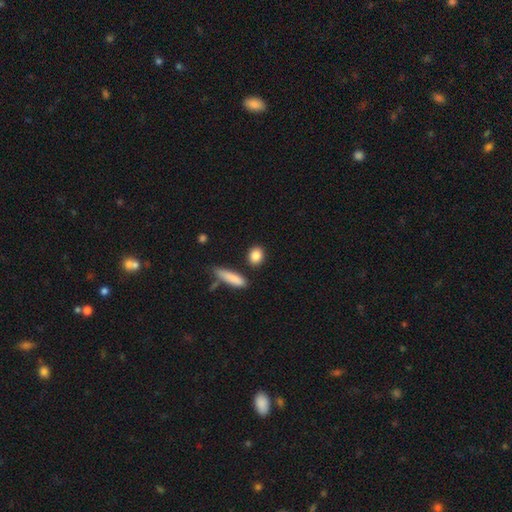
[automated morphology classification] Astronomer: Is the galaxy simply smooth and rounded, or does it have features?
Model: smooth — 86%.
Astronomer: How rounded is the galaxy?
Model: round — 51% (runner-up: in between, 41%).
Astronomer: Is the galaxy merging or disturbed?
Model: none — 83%.